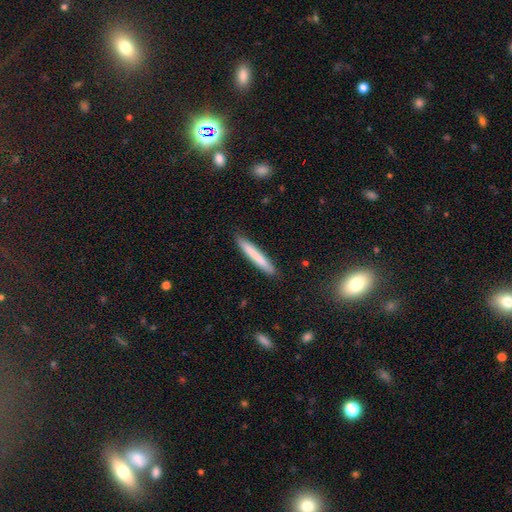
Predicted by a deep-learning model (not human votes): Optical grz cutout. It shows a smooth galaxy with no disk features (75%) that is cigar-shaped (96%). Merging: none (91%).